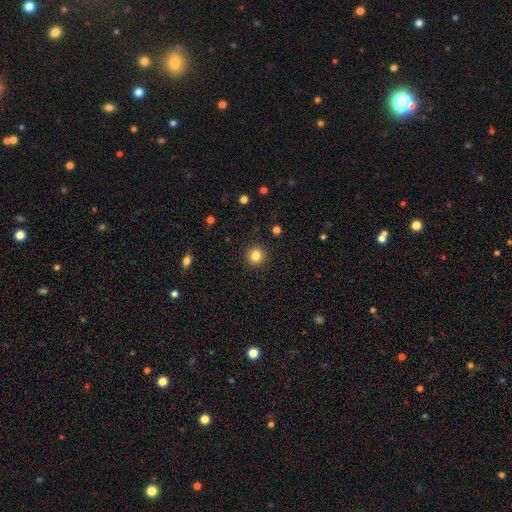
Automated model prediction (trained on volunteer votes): The model was most divided on "smooth or featured": smooth: 83%, star or artifact: 11%, featured or disk: 5%. More confident: how rounded — round (93%); merging — none (92%).